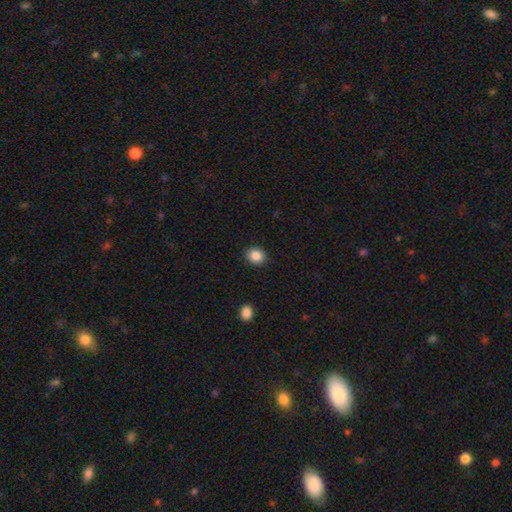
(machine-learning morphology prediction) A smooth galaxy with no disk features (88%) that is round (68%).

Vote fractions:
- Smooth or featured? smooth: 88% / star or artifact: 9% / featured or disk: 3%
- How rounded? round: 68% / in between: 31% / cigar-shaped: 1%
- Merging? none: 89% / minor disturbance: 7% / major disturbance: 2% / merger: 1%